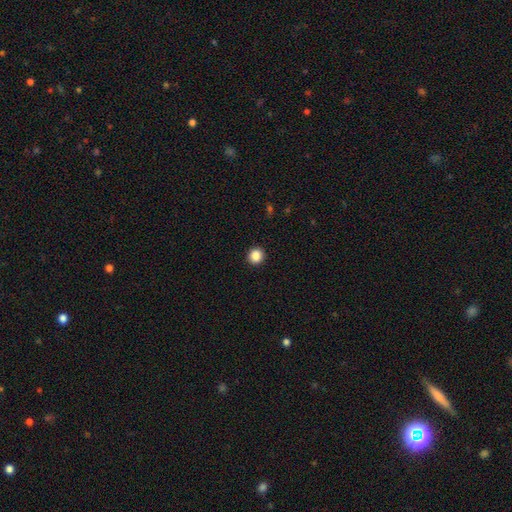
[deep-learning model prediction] Smooth or featured?
  - smooth: 87% *
  - star or artifact: 10%
  - featured or disk: 3%
How rounded?
  - round: 93% *
  - in between: 6%
  - cigar-shaped: 1%
Merging?
  - none: 93% *
  - minor disturbance: 4%
  - major disturbance: 1%
  - merger: 1%